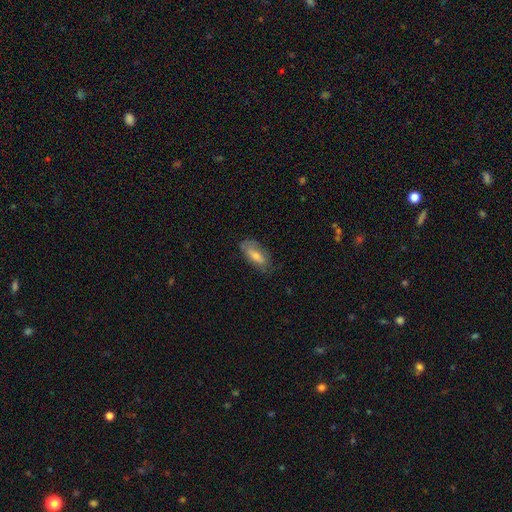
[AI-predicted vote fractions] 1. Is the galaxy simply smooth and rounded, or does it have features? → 55% smooth, 37% featured or disk, 9% star or artifact.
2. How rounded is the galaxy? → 77% in between, 20% cigar-shaped, 3% round.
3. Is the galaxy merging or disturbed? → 70% none, 22% minor disturbance, 7% major disturbance, 1% merger.